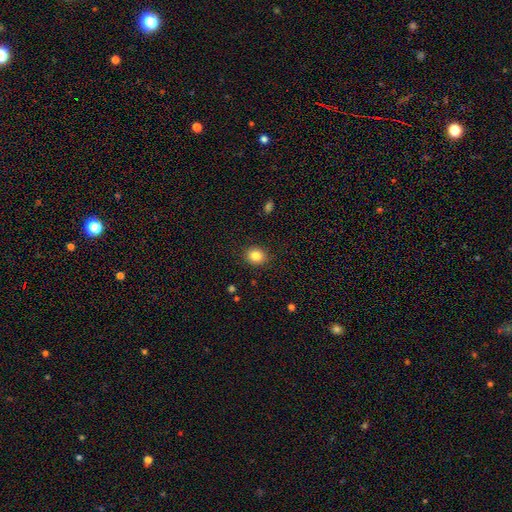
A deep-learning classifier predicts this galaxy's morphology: This appears to be a smooth galaxy with no disk features (84%) that is round (74%). Merging: none (89%).